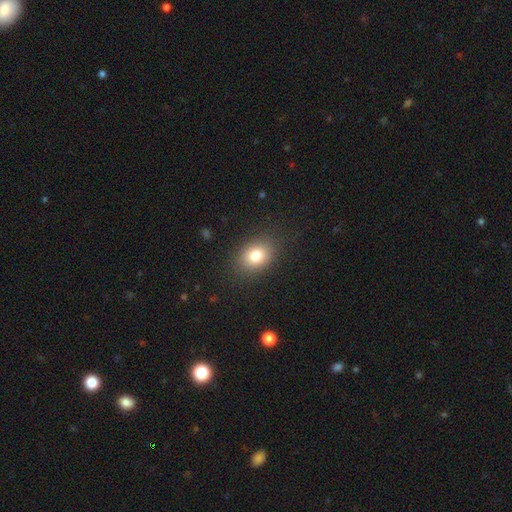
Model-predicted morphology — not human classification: Smooth or featured?
  - smooth: 80% *
  - star or artifact: 11%
  - featured or disk: 10%
How rounded?
  - in between: 68% *
  - round: 31%
  - cigar-shaped: 1%
Merging?
  - none: 86% *
  - minor disturbance: 9%
  - major disturbance: 4%
  - merger: 1%